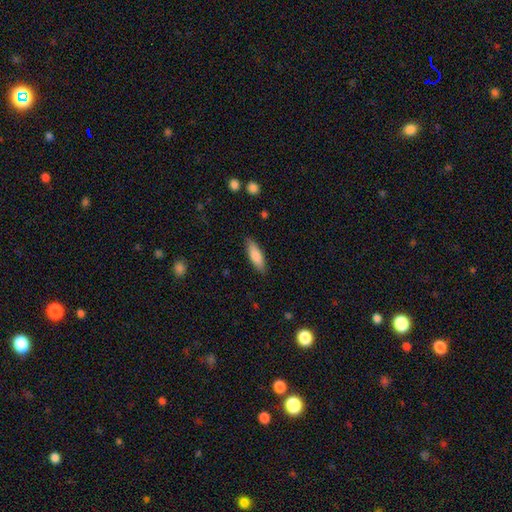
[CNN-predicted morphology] The model was most divided on "how rounded": in between: 50%, cigar-shaped: 49%, round: 2%. More confident: merging — none (86%); smooth or featured — smooth (82%).